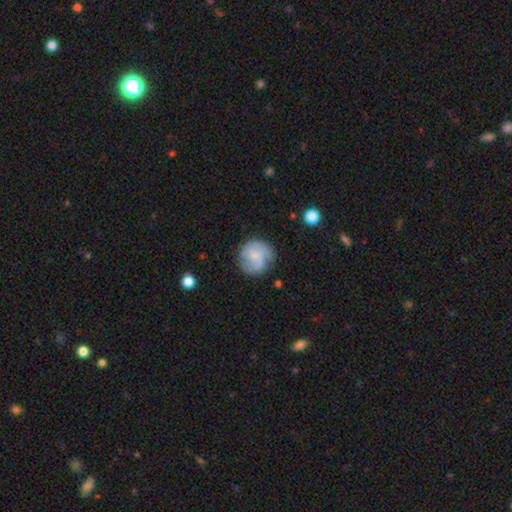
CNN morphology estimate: type=smooth (46%, tied with featured or disk); merging=none (65%).